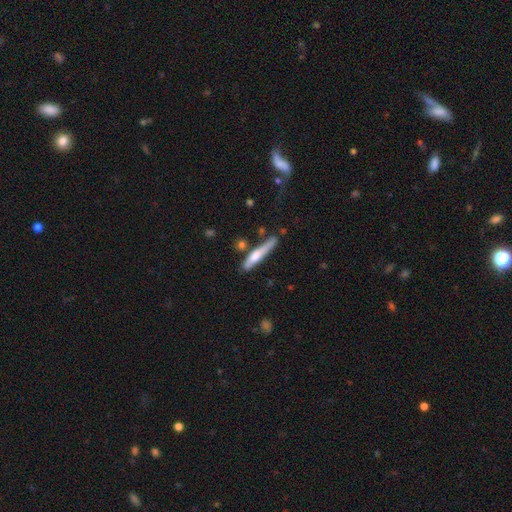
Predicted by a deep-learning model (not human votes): Morphology: type=smooth (54%); roundness=cigar-shaped (89%); merging=none (55%).